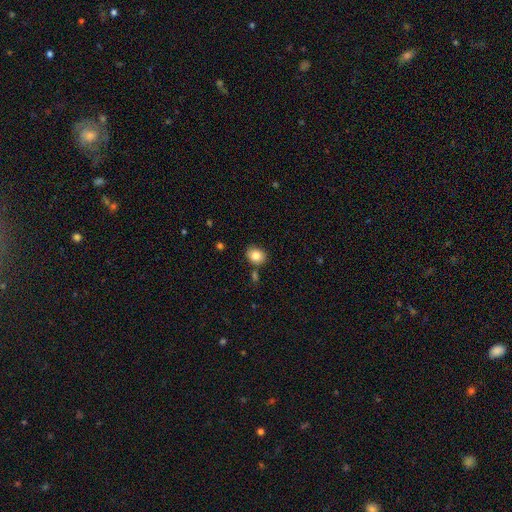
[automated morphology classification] Smooth or featured?
  - smooth: 83% *
  - star or artifact: 9%
  - featured or disk: 8%
How rounded?
  - in between: 51% *
  - round: 49%
  - cigar-shaped: 1%
Merging?
  - none: 81% *
  - minor disturbance: 11%
  - merger: 6%
  - major disturbance: 2%